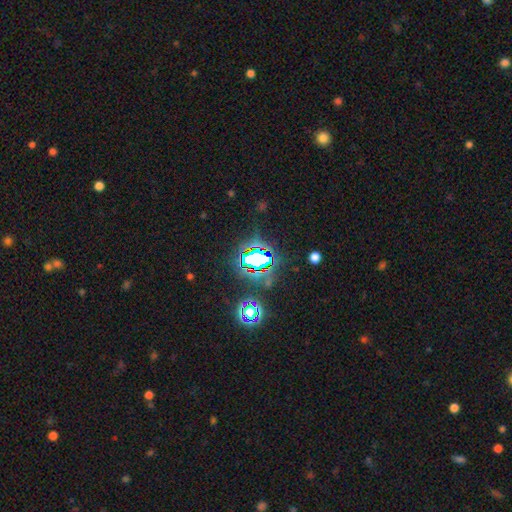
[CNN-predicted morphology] The model was most divided on "smooth or featured": star or artifact: 76%, smooth: 14%, featured or disk: 10%.